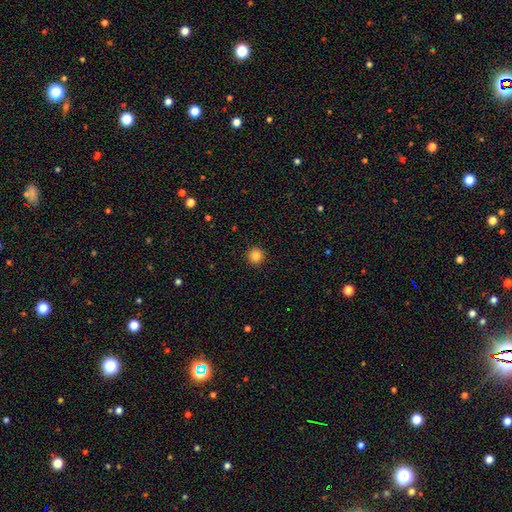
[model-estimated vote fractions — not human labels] Morphology: type=smooth (84%); roundness=round (96%); merging=none (93%).